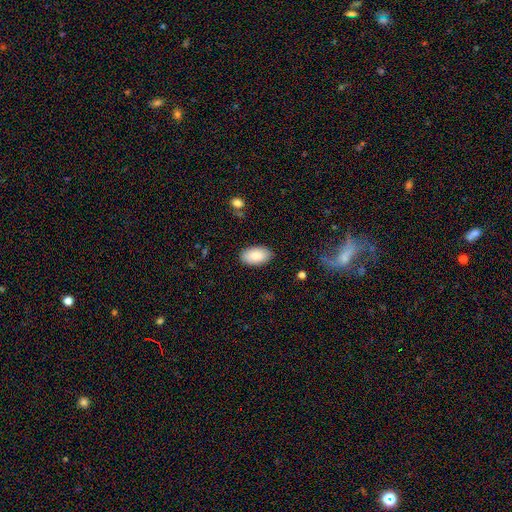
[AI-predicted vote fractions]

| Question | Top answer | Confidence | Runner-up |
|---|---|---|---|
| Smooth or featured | smooth | 87% | featured or disk (7%) |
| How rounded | in between | 96% | round (3%) |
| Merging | none | 87% | minor disturbance (9%) |